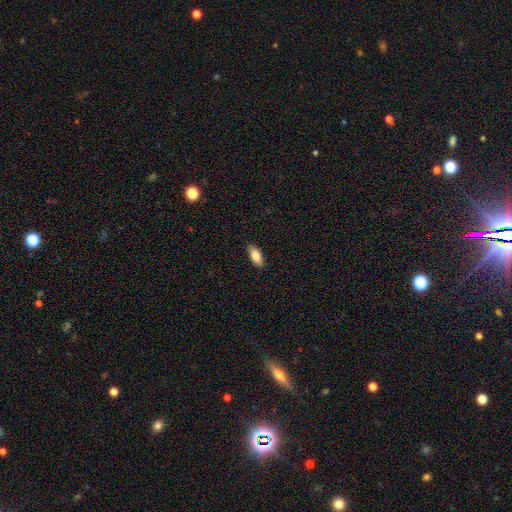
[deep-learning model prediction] A smooth galaxy with no disk features (83%) that is in between round and cigar-shaped (83%).

Vote fractions:
- Smooth or featured? smooth: 83% / featured or disk: 11% / star or artifact: 6%
- How rounded? in between: 83% / cigar-shaped: 15% / round: 2%
- Merging? none: 87% / minor disturbance: 10% / major disturbance: 2% / merger: 1%